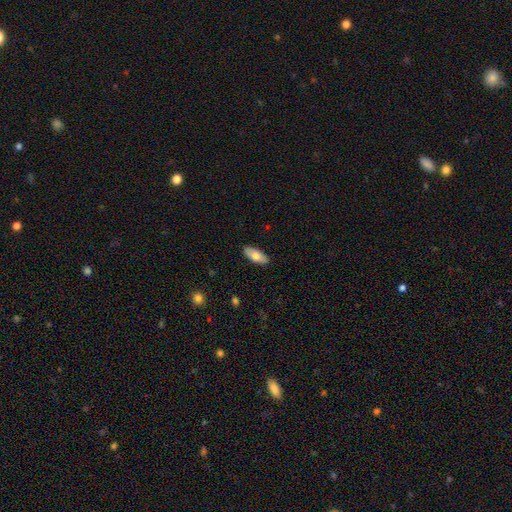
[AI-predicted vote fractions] smooth 72%, featured or disk 23%, star or artifact 6%. Down the decision tree: how rounded — in between (87%); merging — none (88%).